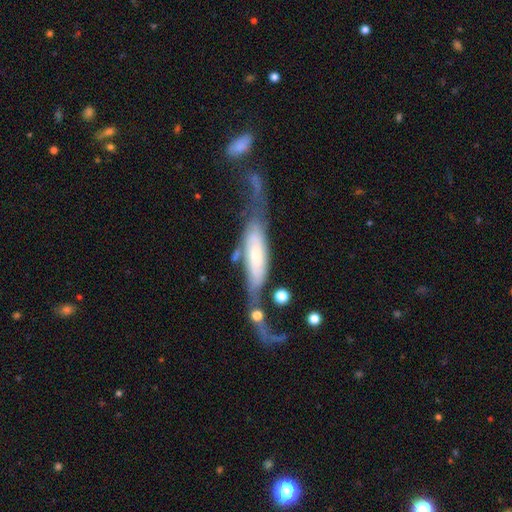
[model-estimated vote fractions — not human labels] A featured or disk galaxy (61%). Merging: major disturbance (38%).